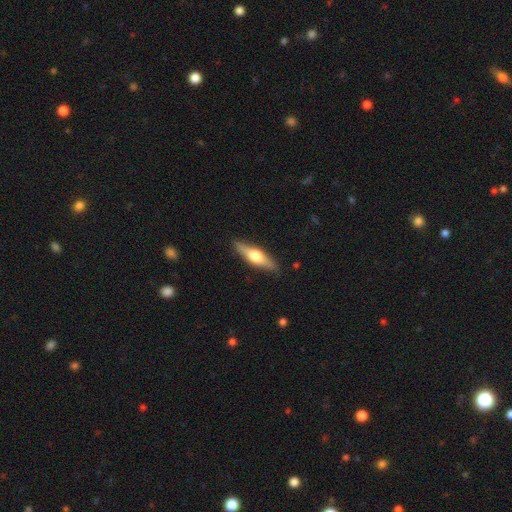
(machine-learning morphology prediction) Overall: featured or disk (56%; smooth 38%). Edge-on disk: yes (94%). Edge-on bulge: rounded (94%). Merging: none (88%).